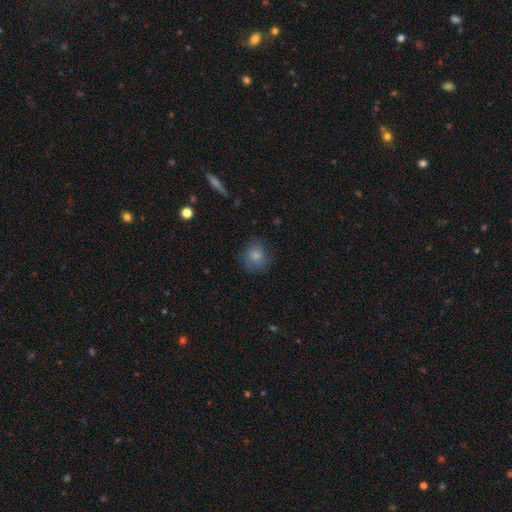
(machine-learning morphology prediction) type=smooth (83%); roundness=round (76%); merging=none (78%).